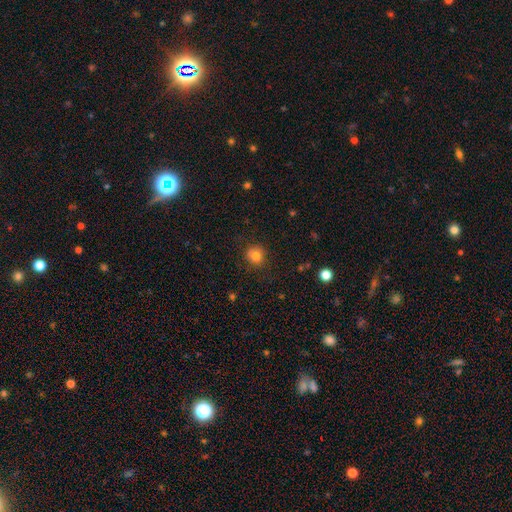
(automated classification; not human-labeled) smooth-or-featured: smooth: 80% | star or artifact: 12% | featured or disk: 9%
  how-rounded: round: 87% | in between: 12% | cigar-shaped: 1%
  merging: none: 80% | minor disturbance: 14% | major disturbance: 4% | merger: 2%